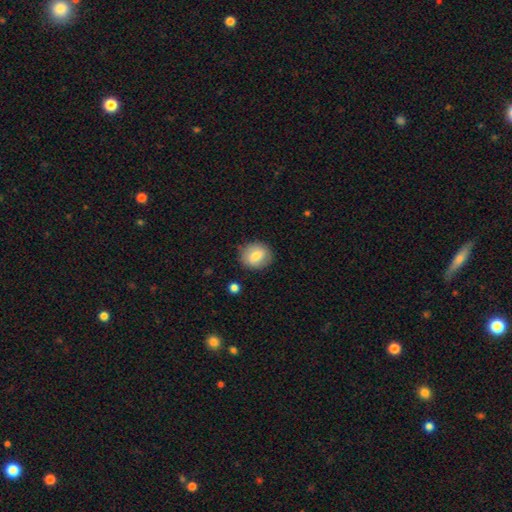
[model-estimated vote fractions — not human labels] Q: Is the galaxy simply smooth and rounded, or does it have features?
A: smooth — 76%.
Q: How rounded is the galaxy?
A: round — 73%.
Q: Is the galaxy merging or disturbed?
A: none — 83%.